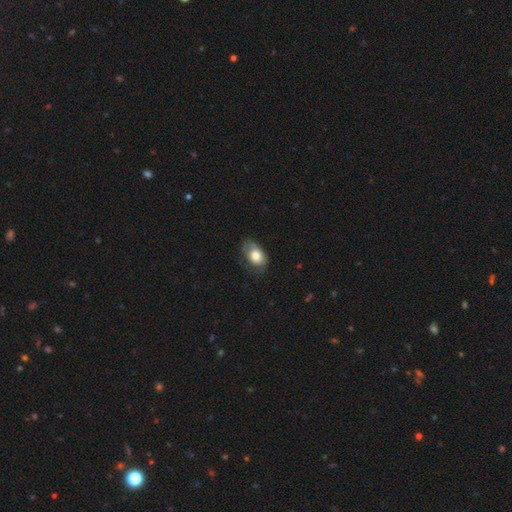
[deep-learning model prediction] Morphology: type=smooth (70%); roundness=in between (85%); merging=none (53%).